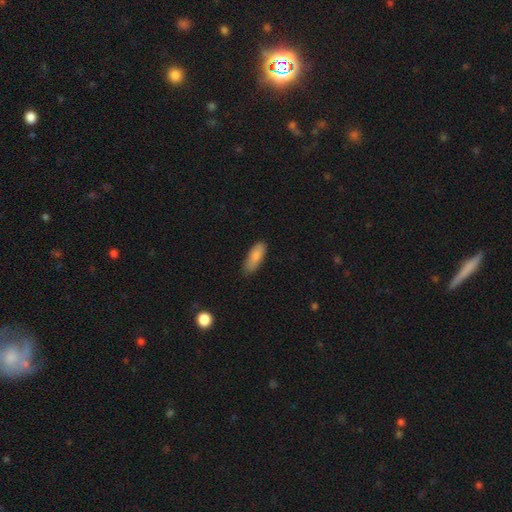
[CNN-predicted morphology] This is clearly a smooth galaxy (85%). How rounded: likely in between (68%). Merging: likely none (77%).